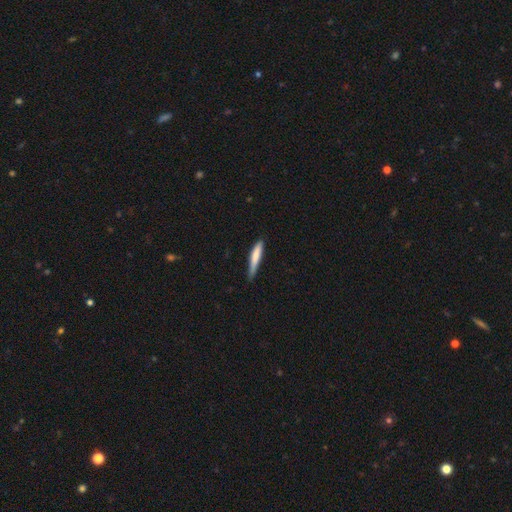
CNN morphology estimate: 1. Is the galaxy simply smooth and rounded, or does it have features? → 75% smooth, 20% featured or disk, 5% star or artifact.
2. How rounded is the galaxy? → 91% cigar-shaped, 8% in between, 1% round.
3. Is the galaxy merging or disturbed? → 65% none, 29% minor disturbance, 4% major disturbance, 2% merger.